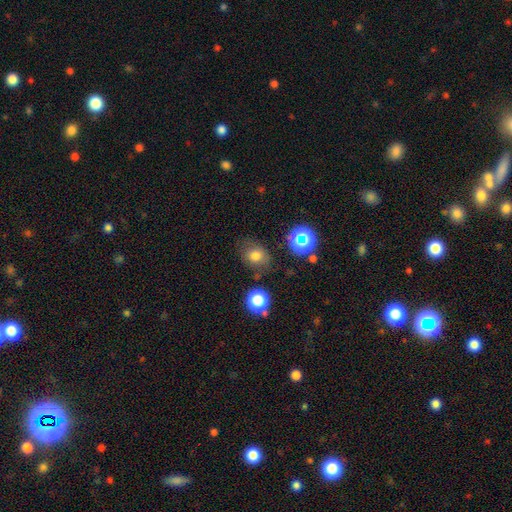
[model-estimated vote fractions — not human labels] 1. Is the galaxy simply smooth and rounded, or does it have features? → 73% smooth, 17% star or artifact, 10% featured or disk.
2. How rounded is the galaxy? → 60% round, 39% in between, 1% cigar-shaped.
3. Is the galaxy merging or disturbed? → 73% none, 17% minor disturbance, 6% major disturbance, 4% merger.